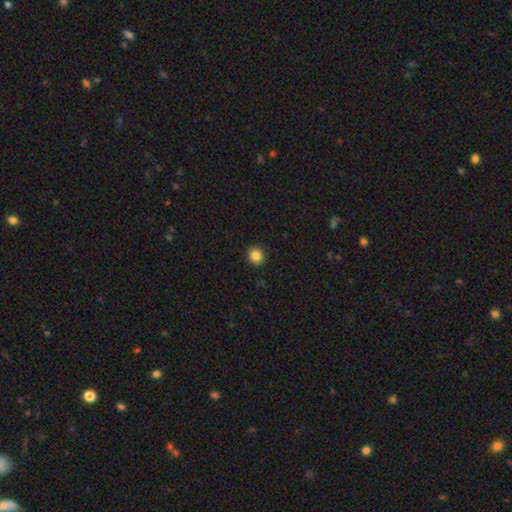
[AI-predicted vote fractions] Overall: smooth (85%). How rounded: round (89%). Merging: none (92%).